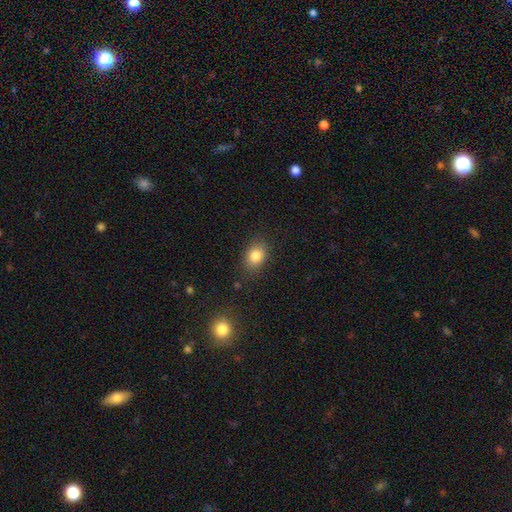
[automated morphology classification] type=smooth (83%); roundness=in between (63%); merging=none (82%).